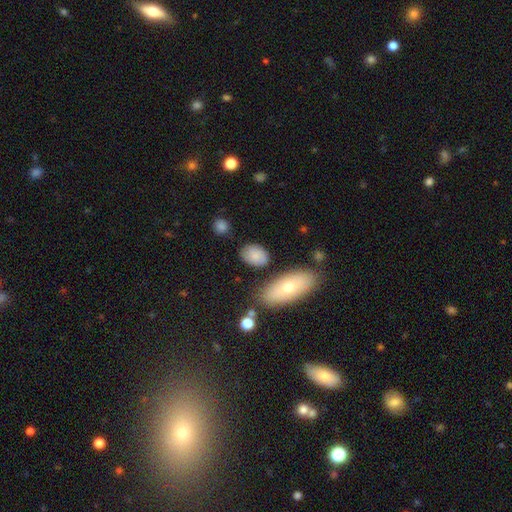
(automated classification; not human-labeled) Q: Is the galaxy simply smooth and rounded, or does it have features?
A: smooth — 83%.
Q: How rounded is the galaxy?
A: in between — 81%.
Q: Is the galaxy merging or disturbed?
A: none — 76%.